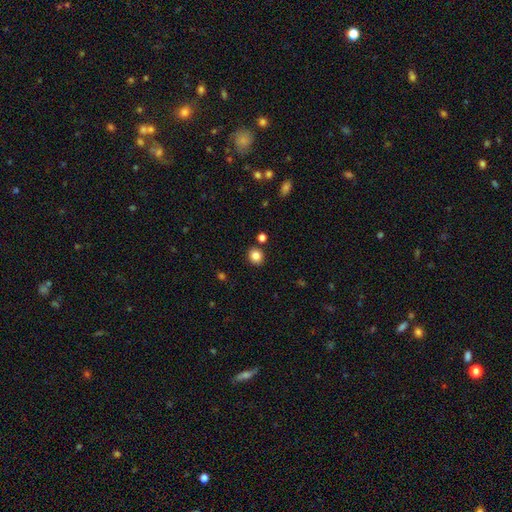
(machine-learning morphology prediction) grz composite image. It shows a smooth galaxy with no disk features (84%) that is round (84%). Merging: none (87%).